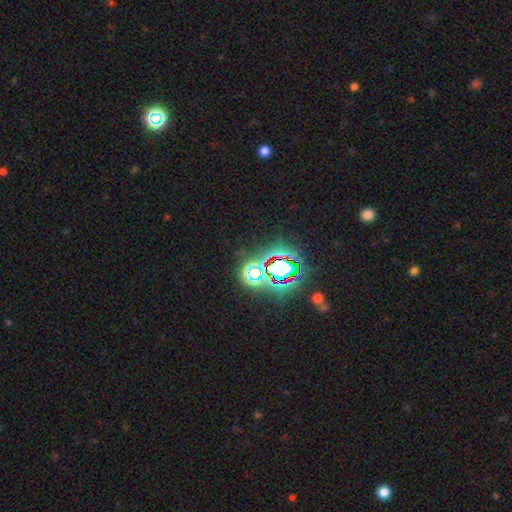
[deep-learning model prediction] This is clearly a star or artifact rather than a galaxy (80%).